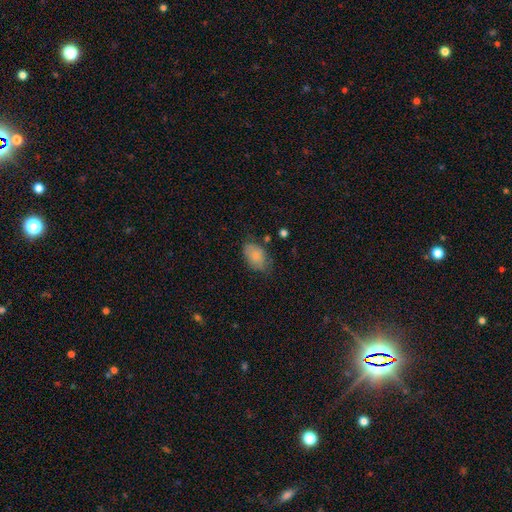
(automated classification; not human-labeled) Morphology: type=smooth (82%); roundness=in between (90%); merging=none (65%).